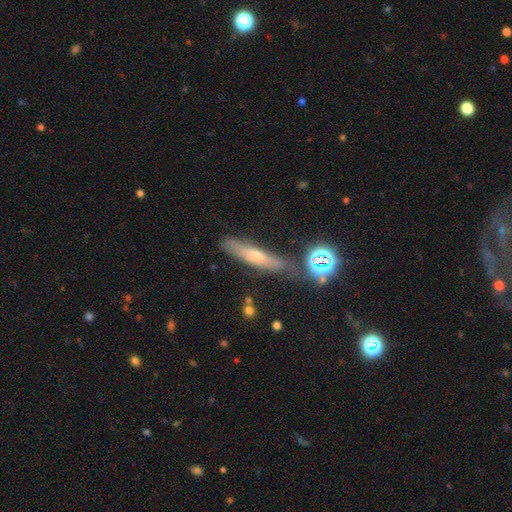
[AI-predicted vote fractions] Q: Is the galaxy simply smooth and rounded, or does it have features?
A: smooth — 43%.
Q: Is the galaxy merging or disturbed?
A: none — 75%.